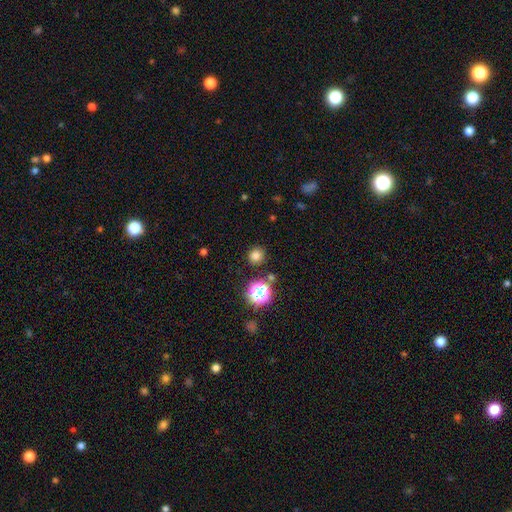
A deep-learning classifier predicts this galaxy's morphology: The model was most divided on "smooth or featured": smooth: 76%, star or artifact: 19%, featured or disk: 5%. More confident: how rounded — round (91%); merging — none (88%).